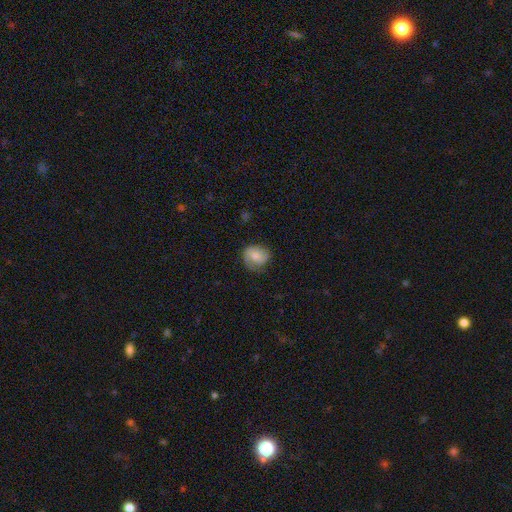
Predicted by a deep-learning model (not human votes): Smooth or featured?
  - smooth: 63% *
  - featured or disk: 29%
  - star or artifact: 8%
How rounded?
  - round: 67% *
  - in between: 32%
  - cigar-shaped: 1%
Merging?
  - none: 64% *
  - minor disturbance: 25%
  - major disturbance: 10%
  - merger: 1%